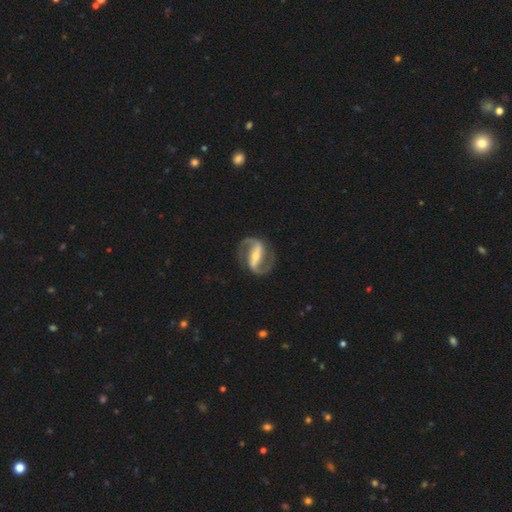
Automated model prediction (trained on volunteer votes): Smooth or featured? featured or disk (91%)
Edge-on disk? no (97%)
Bar? strong (71%)
Spiral arms? yes (97%)
Spiral winding? medium (55%)
Spiral arm count? 2 (94%)
Bulge size? small (50%)
Merging? none (84%)